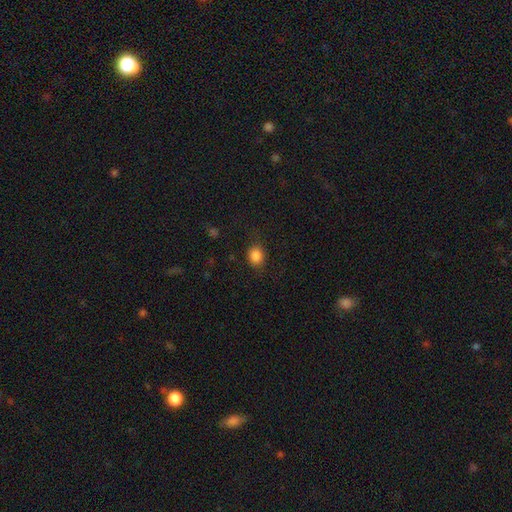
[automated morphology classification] Smooth or featured? smooth (85%)
How rounded? round (64%)
Merging? none (79%)